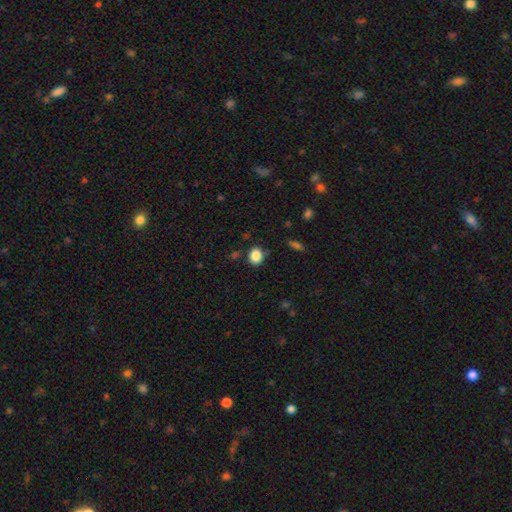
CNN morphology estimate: smooth 86%, star or artifact 9%, featured or disk 4%. Down the decision tree: how rounded — round (58%); merging — none (84%).